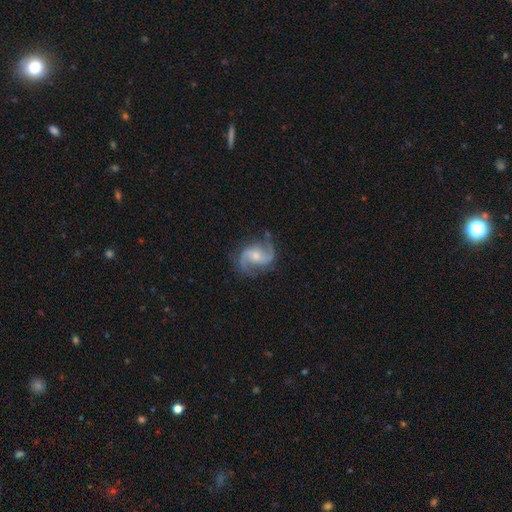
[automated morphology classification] Smooth or featured? featured or disk (90%)
Edge-on disk? no (98%)
Bar? no (45%)
Spiral arms? yes (98%)
Spiral winding? medium (53%)
Spiral arm count? 2 (91%)
Bulge size? small (51%)
Merging? none (77%)